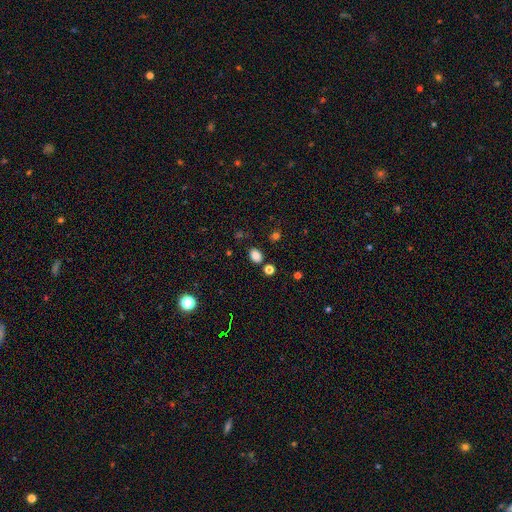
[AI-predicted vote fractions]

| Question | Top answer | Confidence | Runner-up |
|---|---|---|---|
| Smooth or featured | smooth | 83% | star or artifact (13%) |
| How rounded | in between | 69% | round (29%) |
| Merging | none | 81% | minor disturbance (10%) |